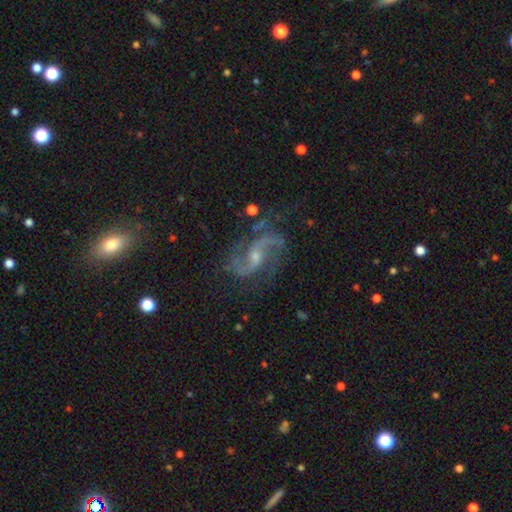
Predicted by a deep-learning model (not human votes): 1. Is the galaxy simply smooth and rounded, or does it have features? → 89% featured or disk, 7% star or artifact, 4% smooth.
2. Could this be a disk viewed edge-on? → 97% no, 3% yes.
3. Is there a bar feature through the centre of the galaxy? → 46% weak, 40% no, 14% strong.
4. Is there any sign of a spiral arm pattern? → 97% yes, 3% no.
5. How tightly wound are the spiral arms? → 48% loose, 43% medium, 9% tight.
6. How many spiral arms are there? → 91% 2, 3% can't tell, 2% 3, 2% 1, 1% 4, 1% more than 4.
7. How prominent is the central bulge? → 53% small, 38% moderate, 6% none, 2% large, 1% dominant.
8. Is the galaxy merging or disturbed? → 71% none, 17% minor disturbance, 10% major disturbance, 3% merger.